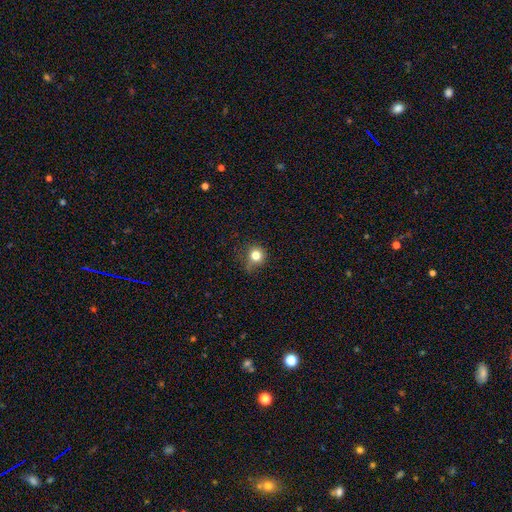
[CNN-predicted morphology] smooth 79%, star or artifact 13%, featured or disk 8%. Down the decision tree: how rounded — round (88%); merging — none (63%).